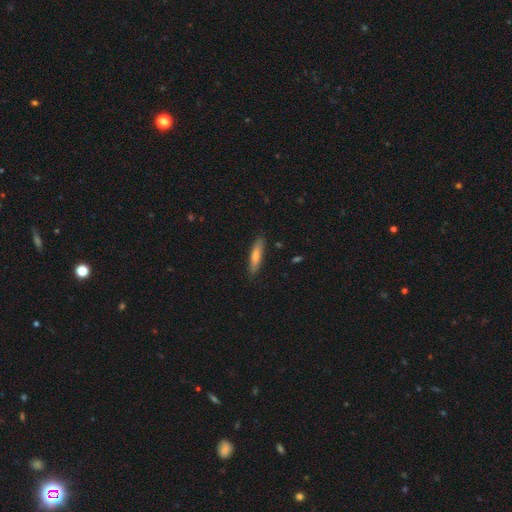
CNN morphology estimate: Overall: smooth (64%; featured or disk 29%). How rounded: cigar-shaped (82%). Merging: none (87%).